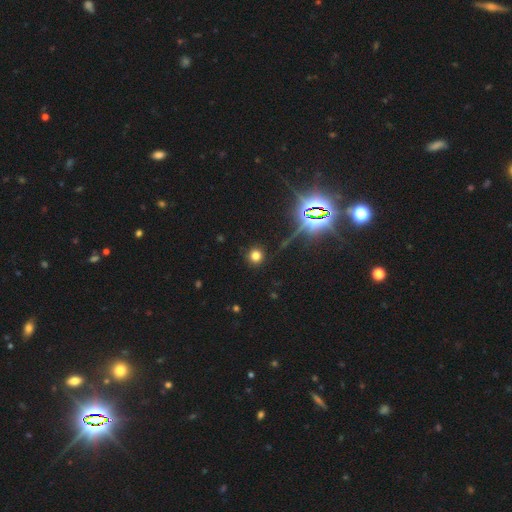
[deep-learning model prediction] A smooth galaxy with no disk features (71%) that is round (93%). Merging: none (90%).